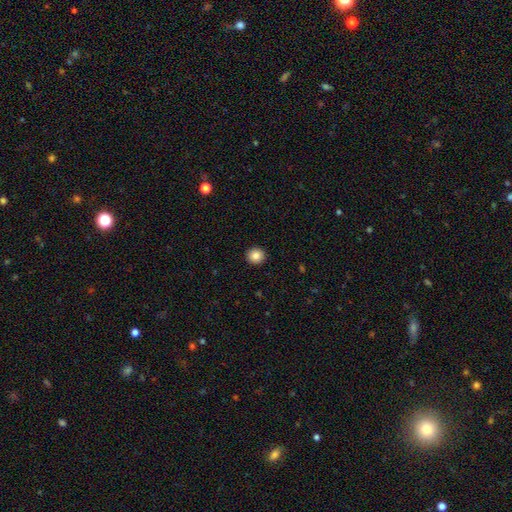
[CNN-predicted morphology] Smooth or featured? smooth (85%)
How rounded? round (92%)
Merging? none (93%)